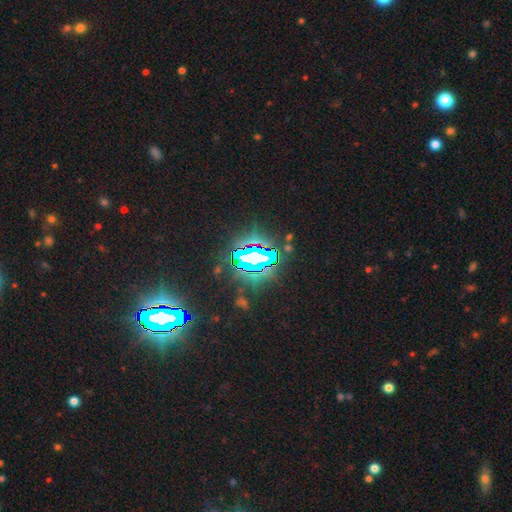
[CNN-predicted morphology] This is likely a star or artifact rather than a galaxy (78%).